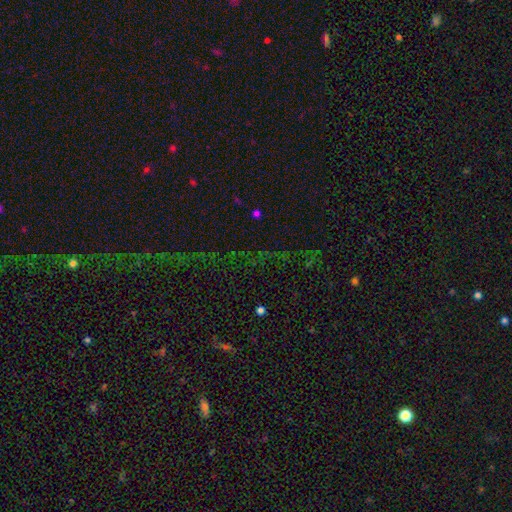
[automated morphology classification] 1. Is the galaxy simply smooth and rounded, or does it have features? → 74% star or artifact, 14% smooth, 12% featured or disk.